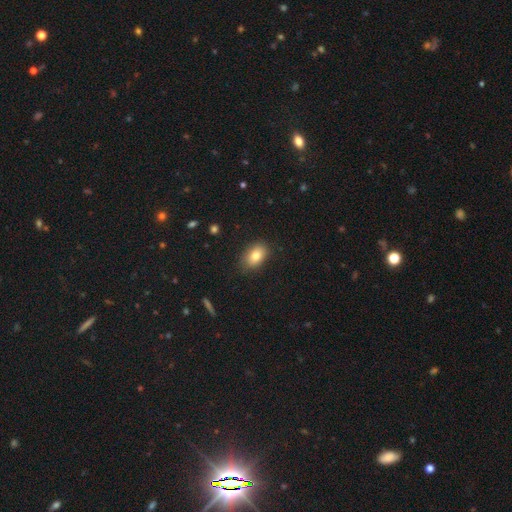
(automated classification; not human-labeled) Smooth or featured? Predicted: smooth (p=0.81). How rounded? Predicted: in between (p=0.85). Merging? Predicted: none (p=0.85).